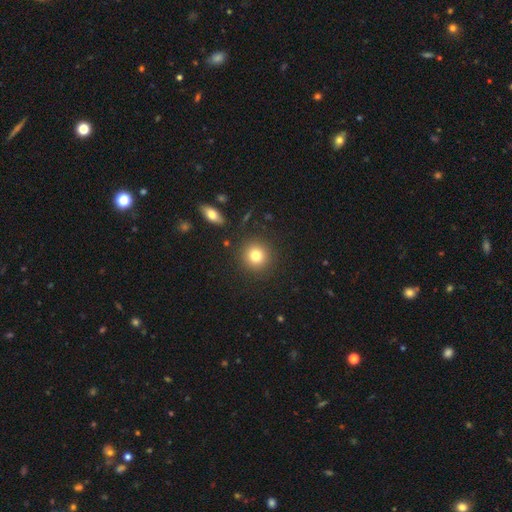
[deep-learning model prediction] Smooth or featured? smooth (80%)
How rounded? round (93%)
Merging? none (89%)